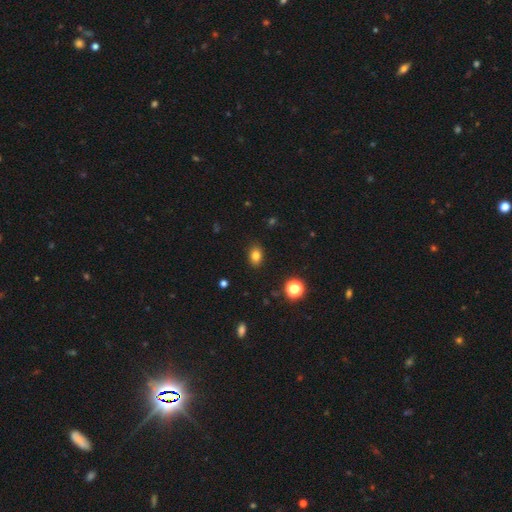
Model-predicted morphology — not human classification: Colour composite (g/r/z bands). It shows a smooth galaxy with no disk features (82%) that is in between round and cigar-shaped (71%). Merging: none (88%).